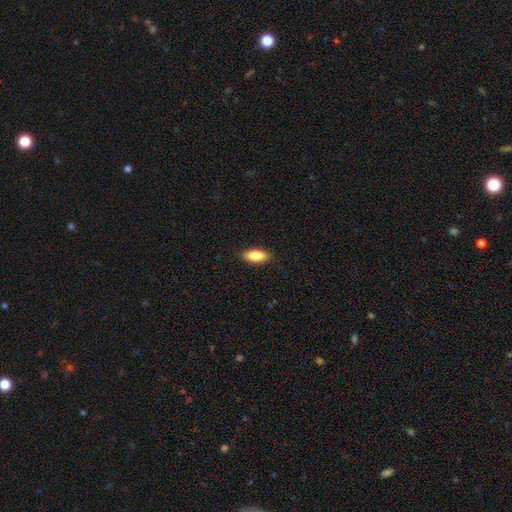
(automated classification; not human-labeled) smooth 85%, featured or disk 9%, star or artifact 6%. Down the decision tree: how rounded — in between (78%); merging — none (88%).